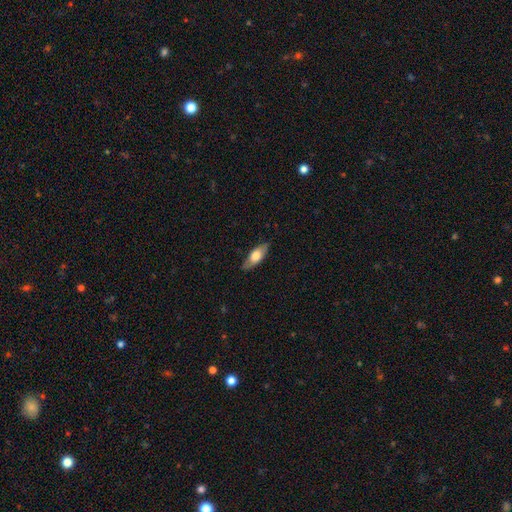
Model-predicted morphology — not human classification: This appears to be a smooth galaxy with no disk features (63%) that is in between round and cigar-shaped (74%). Merging: none (81%).